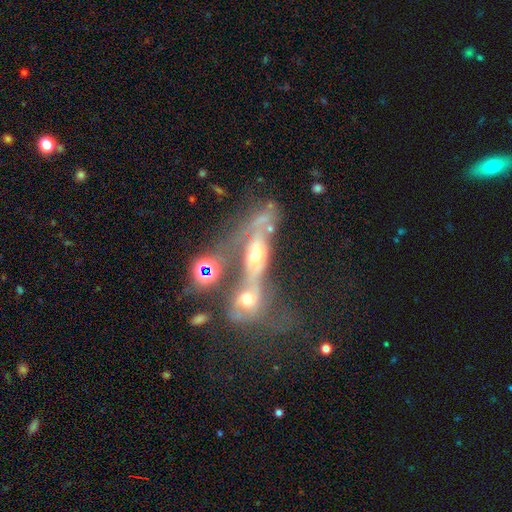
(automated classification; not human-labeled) Smooth or featured: featured or disk — 51% (smooth — 32%)
Edge-on disk: no — 65% (yes — 35%)
Merging: merger — 65% (none — 15%)